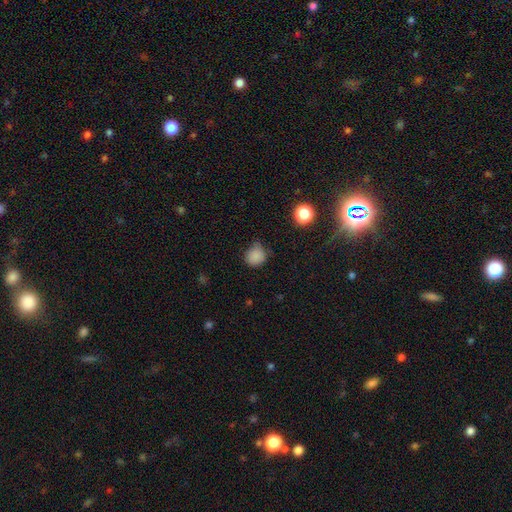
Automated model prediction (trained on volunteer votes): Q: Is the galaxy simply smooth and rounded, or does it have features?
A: smooth — 83%.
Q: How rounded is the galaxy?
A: round — 82%.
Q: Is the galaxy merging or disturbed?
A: none — 61%.